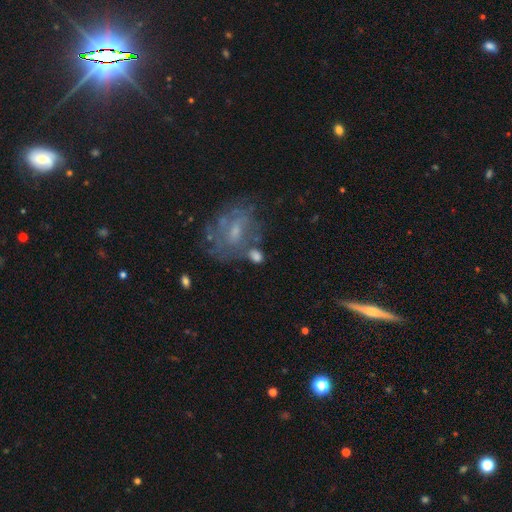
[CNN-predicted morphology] Q: Smooth or featured?
A: smooth (59%); runner-up: featured or disk (30%)
Q: How rounded?
A: in between (52%); runner-up: round (46%)
Q: Merging?
A: none (55%); runner-up: minor disturbance (19%)